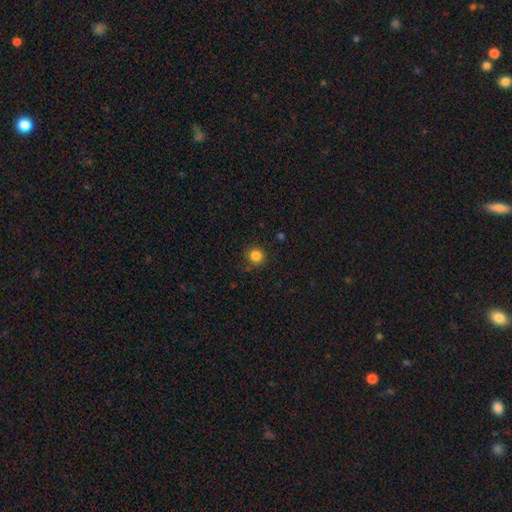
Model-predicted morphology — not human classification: A smooth galaxy with no disk features (84%) that is round (94%). Merging: none (88%).